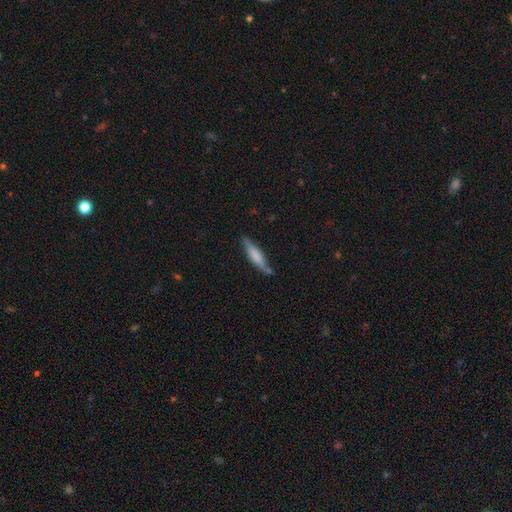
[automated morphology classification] A smooth galaxy with no disk features (60%) that is cigar-shaped (84%).

Vote fractions:
- Smooth or featured? smooth: 60% / featured or disk: 34% / star or artifact: 6%
- How rounded? cigar-shaped: 84% / in between: 15% / round: 2%
- Merging? none: 74% / minor disturbance: 17% / merger: 5% / major disturbance: 4%